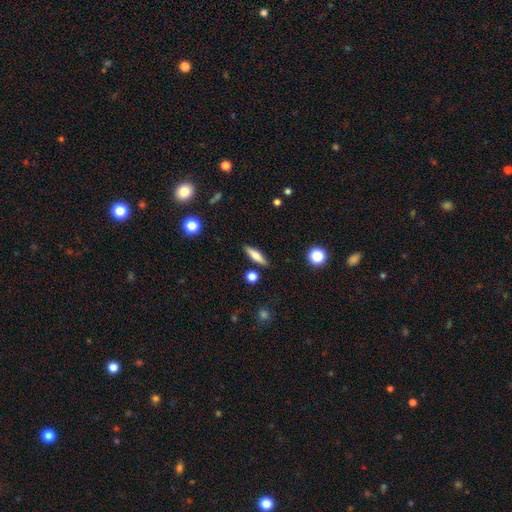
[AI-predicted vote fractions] Morphology: type=smooth (67%); roundness=cigar-shaped (72%); merging=none (87%).